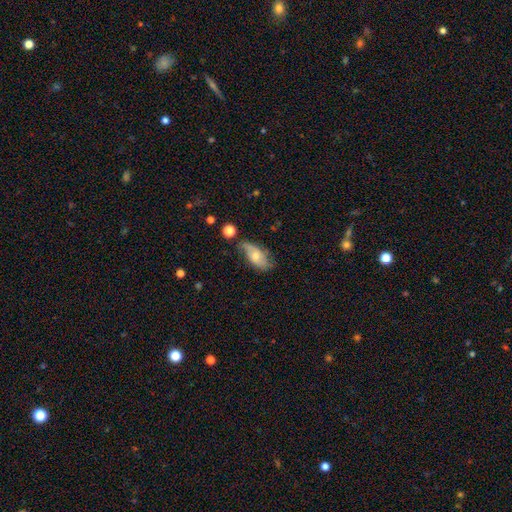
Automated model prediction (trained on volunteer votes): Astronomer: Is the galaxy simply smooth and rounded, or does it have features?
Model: smooth — 53% (runner-up: featured or disk, 39%).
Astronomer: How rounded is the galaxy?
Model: in between — 88%.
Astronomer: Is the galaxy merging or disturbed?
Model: none — 52% (runner-up: minor disturbance, 33%).